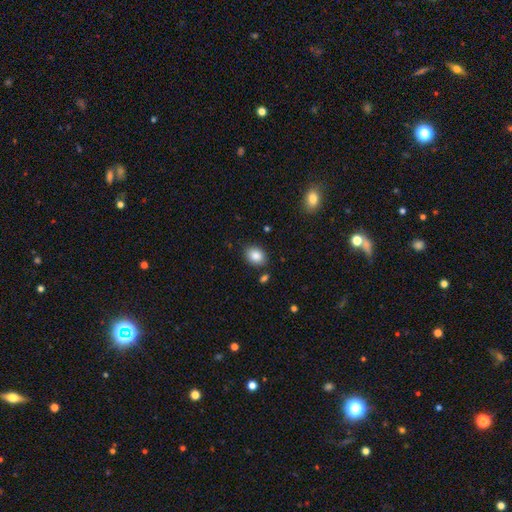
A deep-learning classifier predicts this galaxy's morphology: Smooth or featured?
  - smooth: 87% *
  - star or artifact: 8%
  - featured or disk: 5%
How rounded?
  - in between: 65% *
  - round: 34%
  - cigar-shaped: 1%
Merging?
  - none: 84% *
  - minor disturbance: 11%
  - merger: 3%
  - major disturbance: 3%